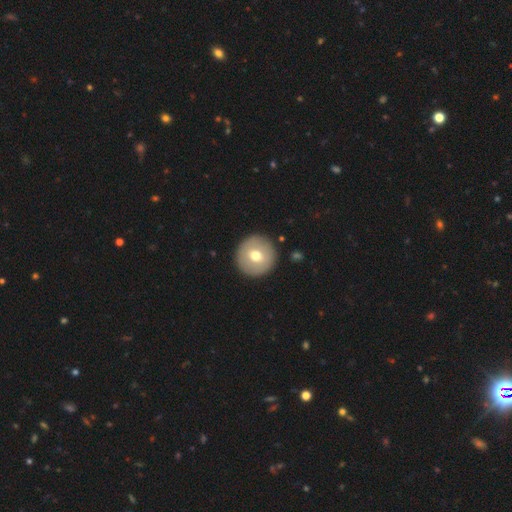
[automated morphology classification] type=smooth (66%); roundness=round (96%); merging=none (91%).